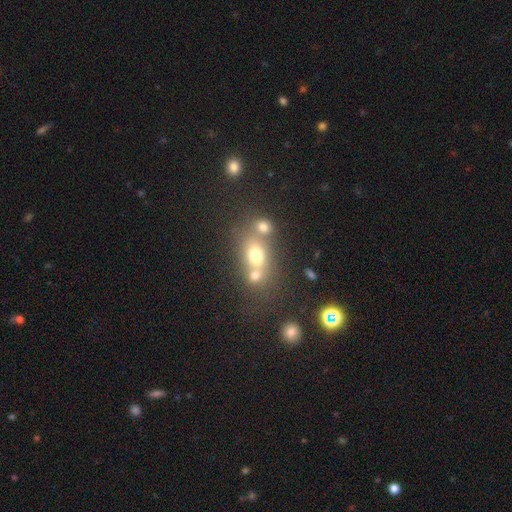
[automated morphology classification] Smooth or featured?
  - smooth: 68% *
  - featured or disk: 16%
  - star or artifact: 16%
How rounded?
  - in between: 52% *
  - round: 45%
  - cigar-shaped: 3%
Merging?
  - merger: 46% *
  - none: 39%
  - minor disturbance: 10%
  - major disturbance: 5%